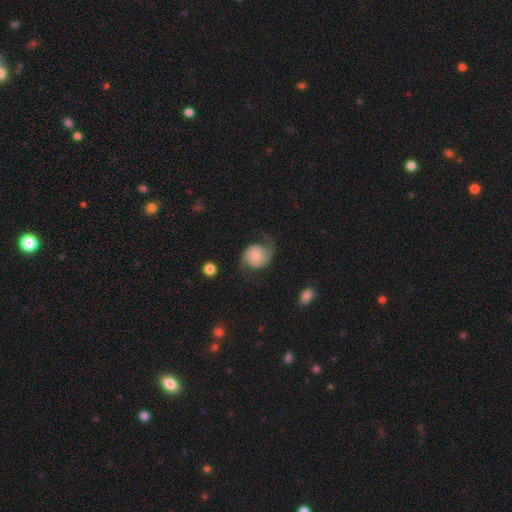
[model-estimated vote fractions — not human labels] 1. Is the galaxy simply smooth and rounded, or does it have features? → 69% featured or disk, 24% smooth, 7% star or artifact.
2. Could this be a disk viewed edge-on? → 98% no, 2% yes.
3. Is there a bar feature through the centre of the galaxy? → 68% no, 27% weak, 5% strong.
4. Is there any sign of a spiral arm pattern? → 94% yes, 6% no.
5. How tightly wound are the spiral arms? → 50% loose, 36% medium, 14% tight.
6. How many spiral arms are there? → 88% 2, 5% 1, 3% can't tell, 1% 3, 1% 4, 1% more than 4.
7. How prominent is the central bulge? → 42% moderate, 36% small, 10% large, 8% none, 3% dominant.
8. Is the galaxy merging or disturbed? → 59% none, 21% minor disturbance, 18% major disturbance, 2% merger.